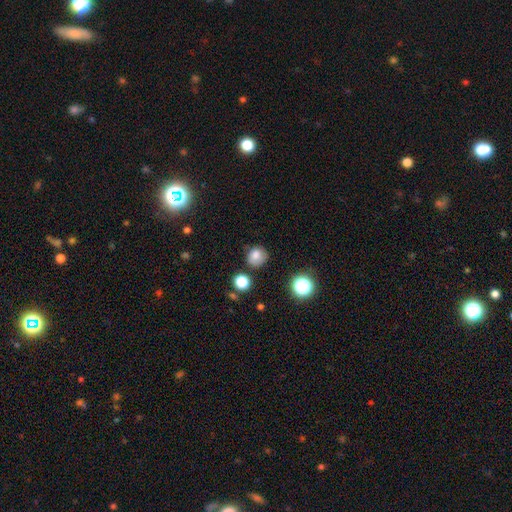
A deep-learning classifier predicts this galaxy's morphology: Smooth or featured? Predicted: smooth (p=0.79). How rounded? Predicted: round (p=0.86). Merging? Predicted: none (p=0.74).